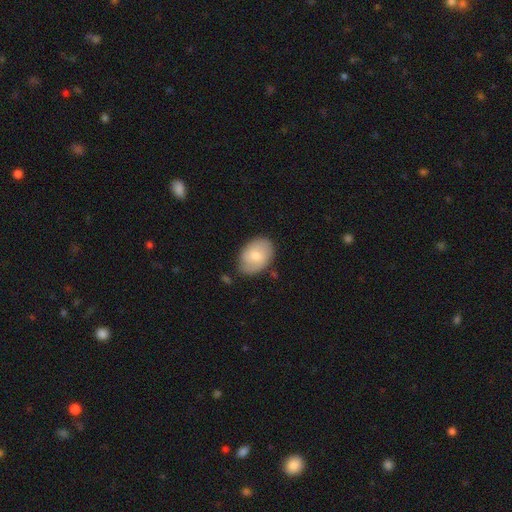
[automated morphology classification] smooth_or_featured: smooth (p=0.63) [alt: featured or disk p=0.31]
how_rounded: in between (p=0.79) [alt: round p=0.19]
merging: none (p=0.74) [alt: minor disturbance p=0.20]